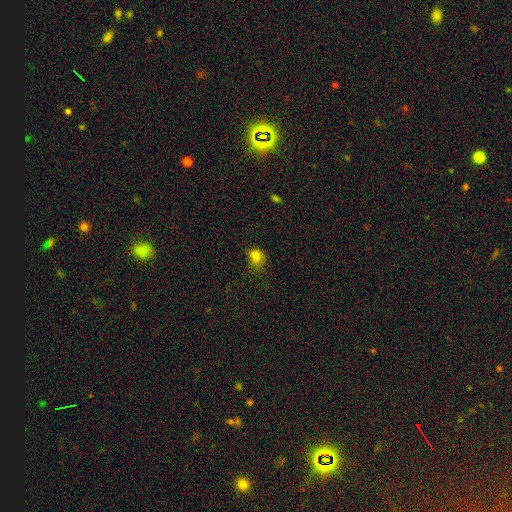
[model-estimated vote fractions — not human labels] Smooth or featured? smooth (79%)
How rounded? round (55%)
Merging? none (55%)